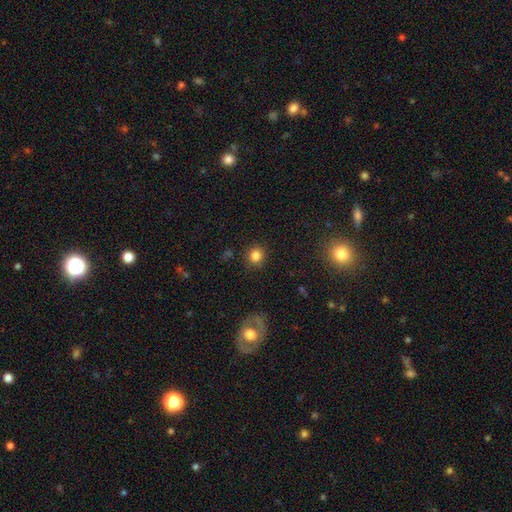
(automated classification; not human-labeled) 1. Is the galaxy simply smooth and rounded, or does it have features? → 83% smooth, 12% star or artifact, 5% featured or disk.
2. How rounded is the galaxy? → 90% round, 9% in between, 1% cigar-shaped.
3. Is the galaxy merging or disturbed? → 88% none, 8% minor disturbance, 3% major disturbance, 1% merger.